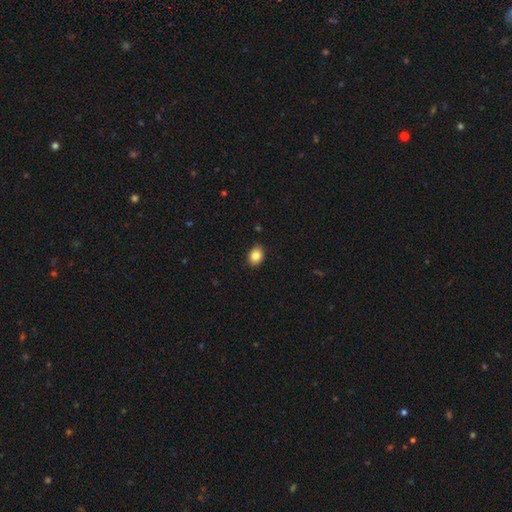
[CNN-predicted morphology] type=smooth (84%); roundness=in between (67%); merging=none (86%).